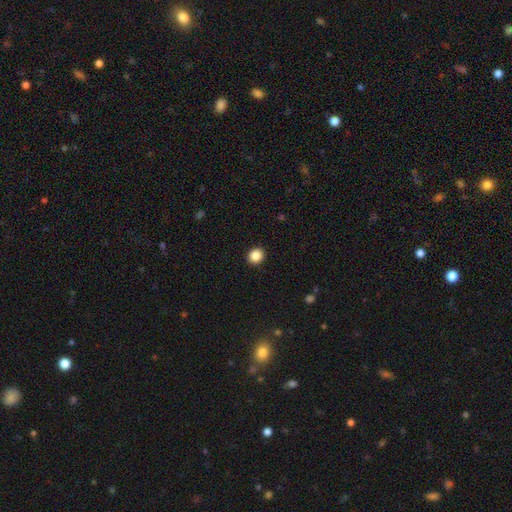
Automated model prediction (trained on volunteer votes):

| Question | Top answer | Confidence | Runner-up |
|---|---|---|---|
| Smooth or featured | smooth | 86% | star or artifact (10%) |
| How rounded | round | 82% | in between (17%) |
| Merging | none | 92% | minor disturbance (5%) |